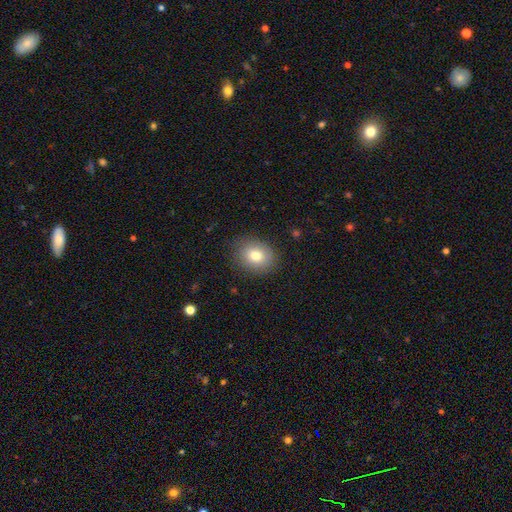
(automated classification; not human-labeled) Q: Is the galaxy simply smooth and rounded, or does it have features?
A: smooth — 77%.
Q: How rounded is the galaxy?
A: round — 53%.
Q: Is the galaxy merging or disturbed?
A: none — 83%.